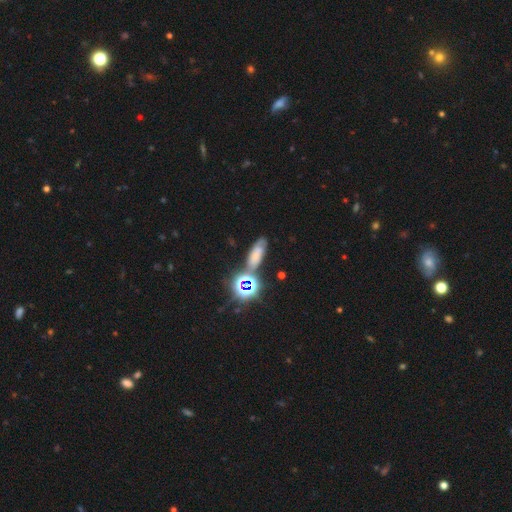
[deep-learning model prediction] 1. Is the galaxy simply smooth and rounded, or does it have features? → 44% smooth, 34% star or artifact, 22% featured or disk.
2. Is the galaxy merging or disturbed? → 59% none, 19% minor disturbance, 14% merger, 8% major disturbance.